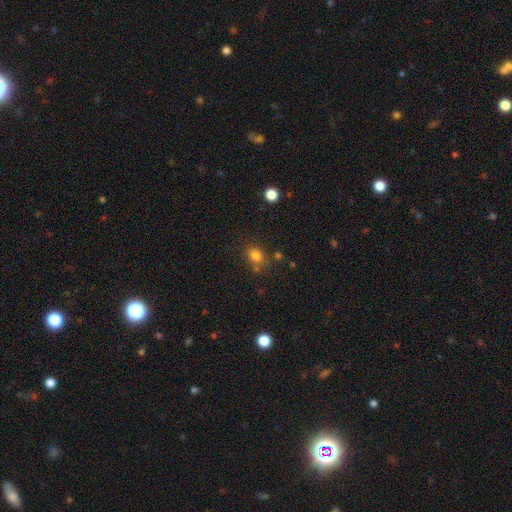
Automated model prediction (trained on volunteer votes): Smooth or featured: smooth — 79% (star or artifact — 15%)
How rounded: round — 69% (in between — 30%)
Merging: none — 71% (minor disturbance — 15%)